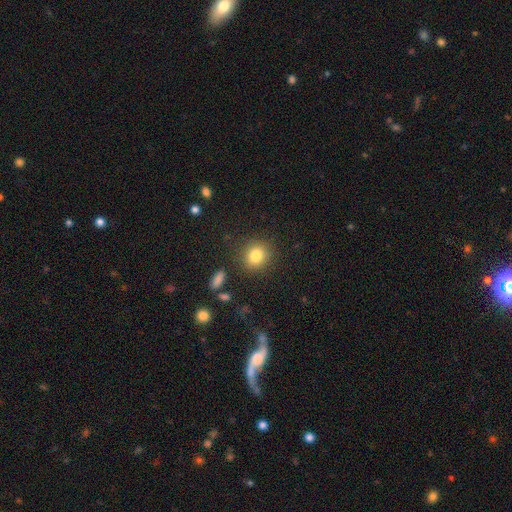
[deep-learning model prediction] smooth 82%, star or artifact 11%, featured or disk 7%. Down the decision tree: how rounded — round (84%); merging — none (86%).